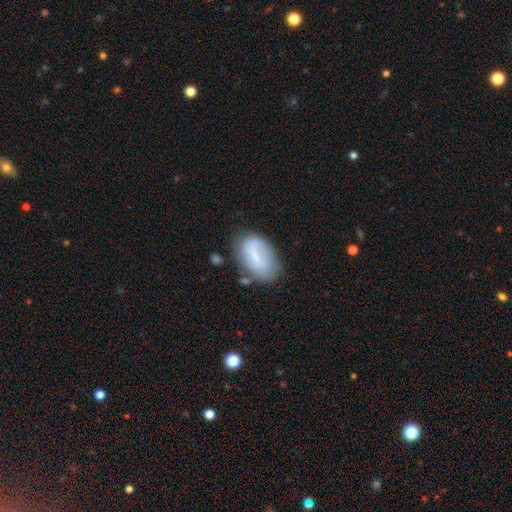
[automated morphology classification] Smooth or featured: smooth — 58% (featured or disk — 33%)
How rounded: in between — 91% (round — 6%)
Merging: none — 55% (minor disturbance — 28%)